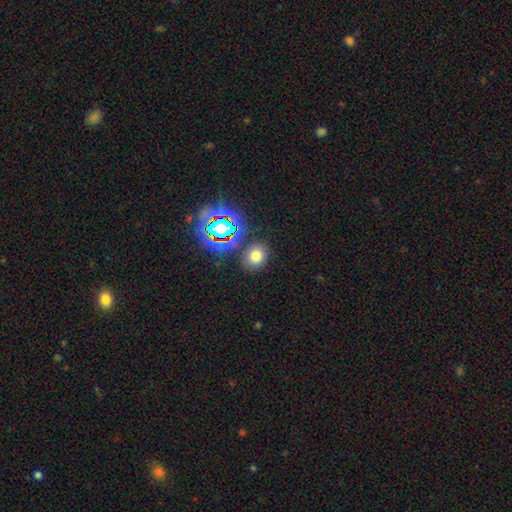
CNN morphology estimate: A smooth galaxy with no disk features (70%) that is round (53%). Merging: none (81%).